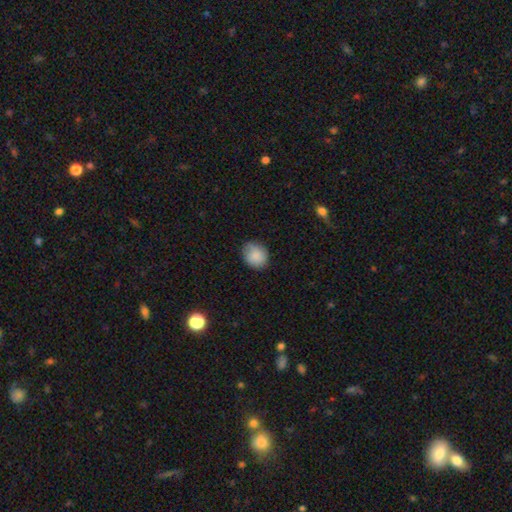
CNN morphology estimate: smooth 85%, star or artifact 8%, featured or disk 7%. Down the decision tree: how rounded — round (69%); merging — none (75%).